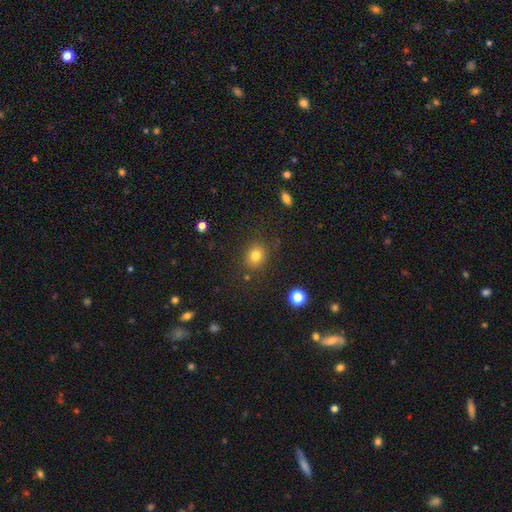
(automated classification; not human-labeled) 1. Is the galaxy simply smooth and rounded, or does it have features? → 79% smooth, 13% star or artifact, 8% featured or disk.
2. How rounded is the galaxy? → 63% round, 36% in between, 1% cigar-shaped.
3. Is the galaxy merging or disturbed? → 82% none, 11% minor disturbance, 4% major disturbance, 3% merger.